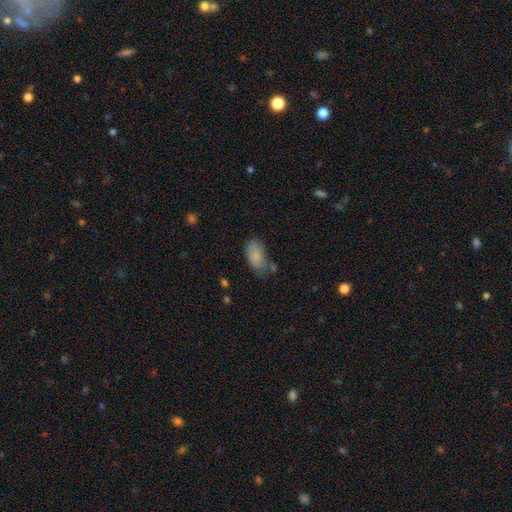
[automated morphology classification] The model was most divided on "merging": none: 51%, minor disturbance: 30%, major disturbance: 10%, merger: 9%. More confident: how rounded — in between (93%); smooth or featured — smooth (80%).